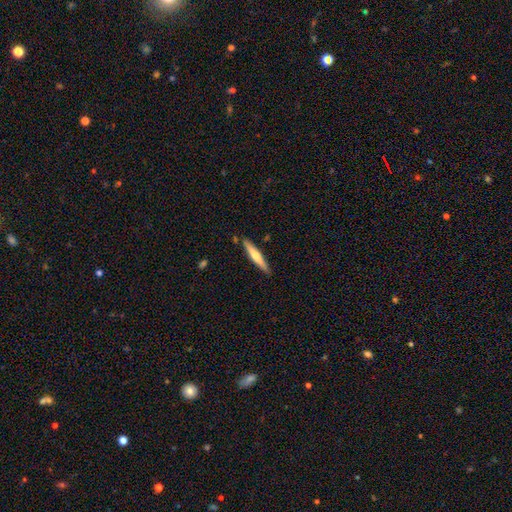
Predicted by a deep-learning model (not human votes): smooth_or_featured: featured or disk (p=0.48) [alt: smooth p=0.46]
merging: none (p=0.87) [alt: minor disturbance p=0.09]